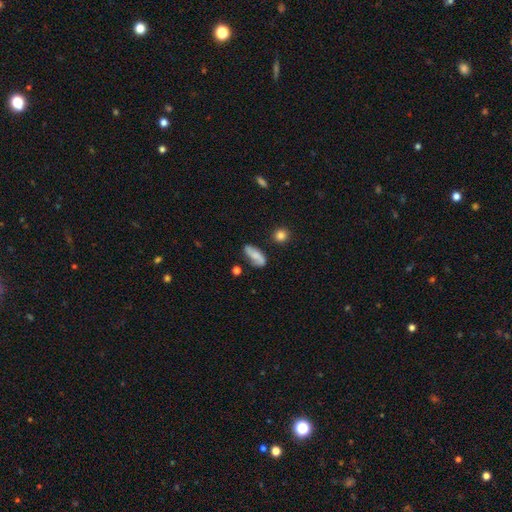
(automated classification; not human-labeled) Overall: smooth (55%; featured or disk 37%). How rounded: in between (76%). Merging: none (65%).